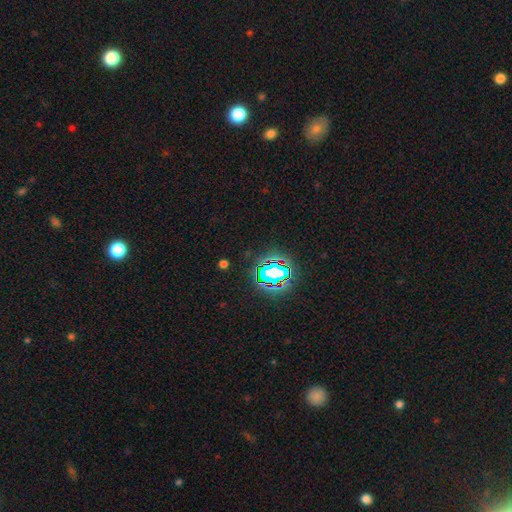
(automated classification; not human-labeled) Smooth or featured: star or artifact — 78% (smooth — 14%)